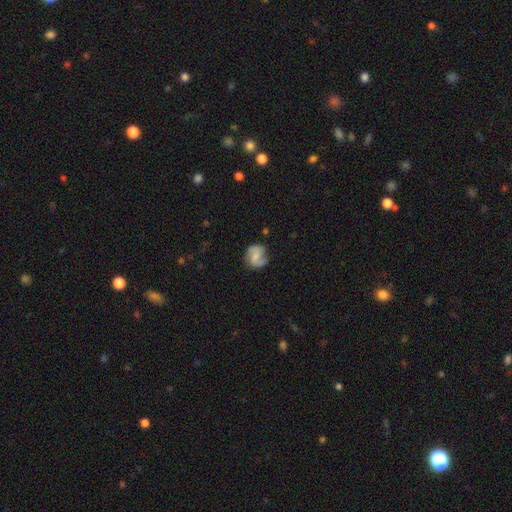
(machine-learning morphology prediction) Smooth or featured: featured or disk — 57% (smooth — 36%)
Edge-on disk: no — 98% (yes — 2%)
Bar: weak — 46% (no — 39%)
Spiral arms: yes — 90% (no — 10%)
Bulge size: small — 41% (moderate — 29%)
Merging: none — 73% (minor disturbance — 19%)